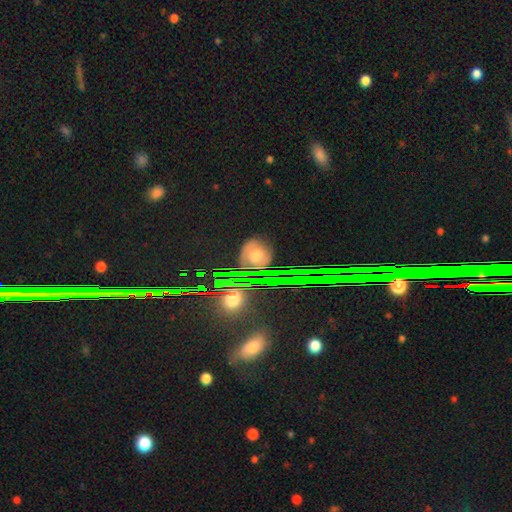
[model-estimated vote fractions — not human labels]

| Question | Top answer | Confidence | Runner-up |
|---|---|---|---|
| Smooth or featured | star or artifact | 44% | smooth (35%) |